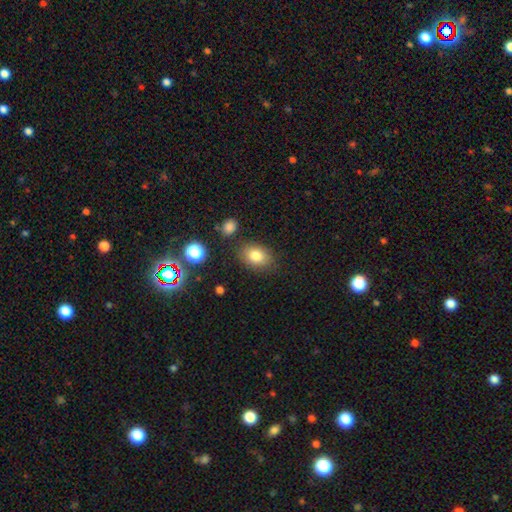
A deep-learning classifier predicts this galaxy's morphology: This appears to be a smooth galaxy with no disk features (81%) that is in between round and cigar-shaped (72%). Merging: none (81%).